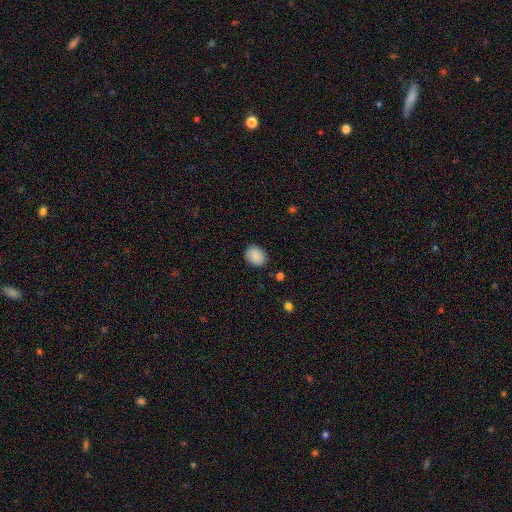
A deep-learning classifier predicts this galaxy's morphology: This is clearly a smooth galaxy (88%). How rounded: possibly in between (56%). Merging: clearly none (84%).